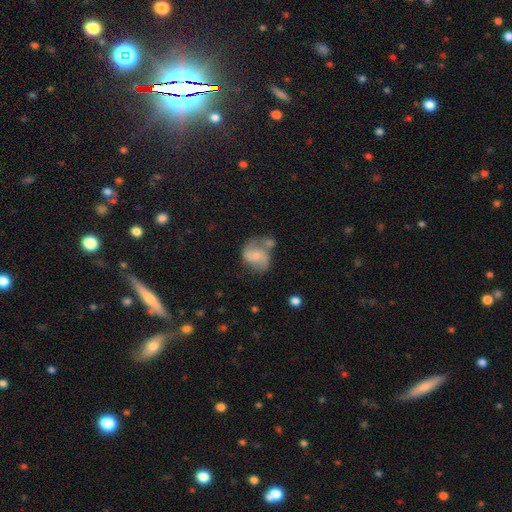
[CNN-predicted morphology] Smooth or featured?
  - featured or disk: 70% *
  - smooth: 23%
  - star or artifact: 7%
Edge-on disk?
  - no: 98% *
  - yes: 2%
Bar?
  - no: 54% *
  - weak: 38%
  - strong: 9%
Spiral arms?
  - yes: 91% *
  - no: 9%
Spiral winding?
  - medium: 46% *
  - loose: 42%
  - tight: 13%
Spiral arm count?
  - 2: 89% *
  - can't tell: 5%
  - 1: 3%
  - 3: 2%
  - 4: 1%
  - more than 4: 1%
Bulge size?
  - small: 52% *
  - moderate: 26%
  - none: 17%
  - large: 3%
  - dominant: 1%
Merging?
  - none: 45% *
  - merger: 24%
  - minor disturbance: 21%
  - major disturbance: 11%